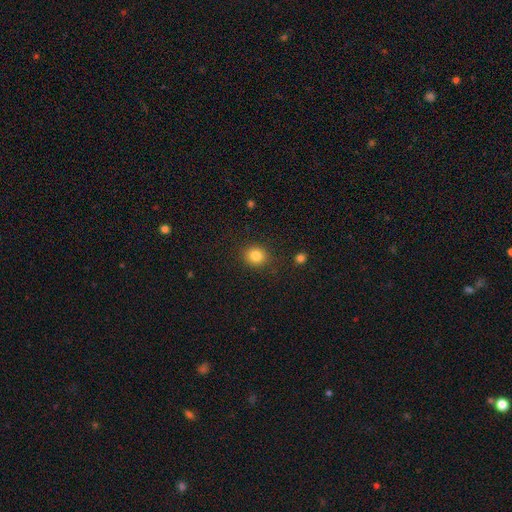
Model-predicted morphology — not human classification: smooth-or-featured: smooth: 83% | star or artifact: 11% | featured or disk: 6%
  how-rounded: round: 82% | in between: 17% | cigar-shaped: 1%
  merging: none: 88% | minor disturbance: 8% | major disturbance: 3% | merger: 2%